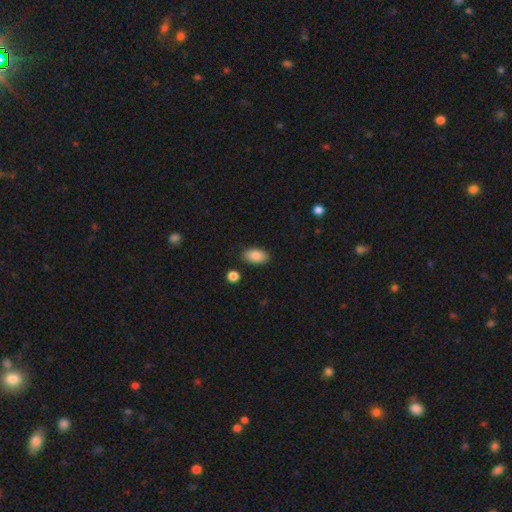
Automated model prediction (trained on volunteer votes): smooth-or-featured: smooth: 87% | star or artifact: 7% | featured or disk: 5%
  how-rounded: in between: 93% | round: 5% | cigar-shaped: 2%
  merging: none: 86% | minor disturbance: 9% | major disturbance: 2% | merger: 2%